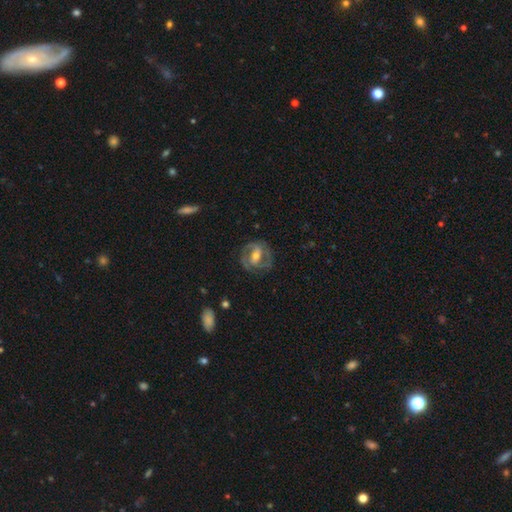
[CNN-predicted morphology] type=featured or disk (80%); edge-on=no (97%); bar=weak (39%); spiral arms=yes (88%); winding=tight (44%, tied with medium); arm count=2 (81%); bulge=moderate (55%); merging=none (75%).